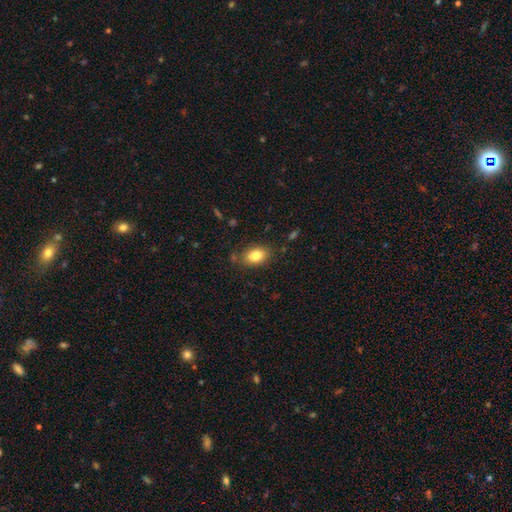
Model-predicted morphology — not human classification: Smooth or featured: smooth — 81% (featured or disk — 10%)
How rounded: in between — 83% (round — 15%)
Merging: none — 81% (minor disturbance — 13%)